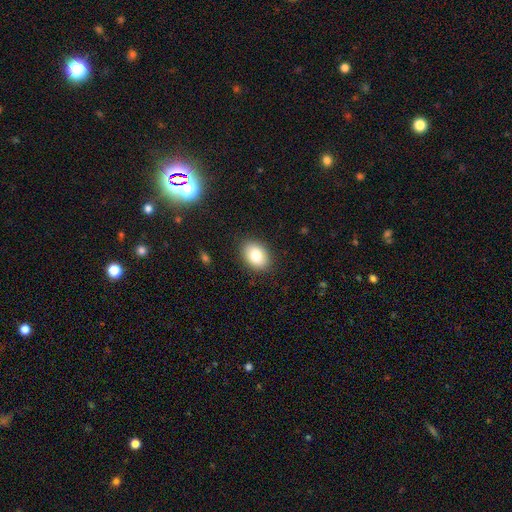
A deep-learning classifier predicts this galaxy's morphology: Overall: smooth (83%). How rounded: in between (77%). Merging: none (88%).